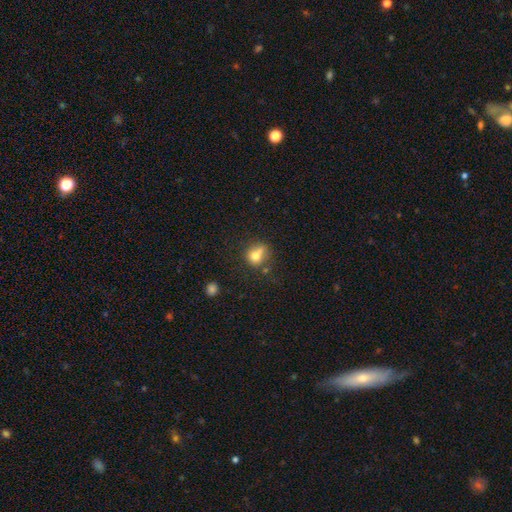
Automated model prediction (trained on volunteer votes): The model was most divided on "merging": none: 43%, merger: 32%, minor disturbance: 17%, major disturbance: 8%. More confident: how rounded — round (77%); smooth or featured — smooth (72%).